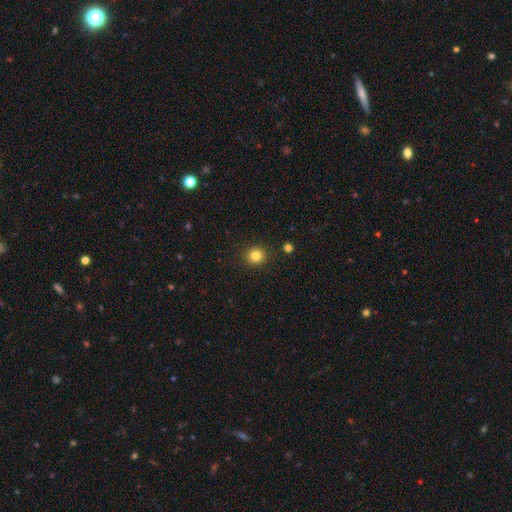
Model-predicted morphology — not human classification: type=smooth (82%); roundness=round (90%); merging=none (91%).